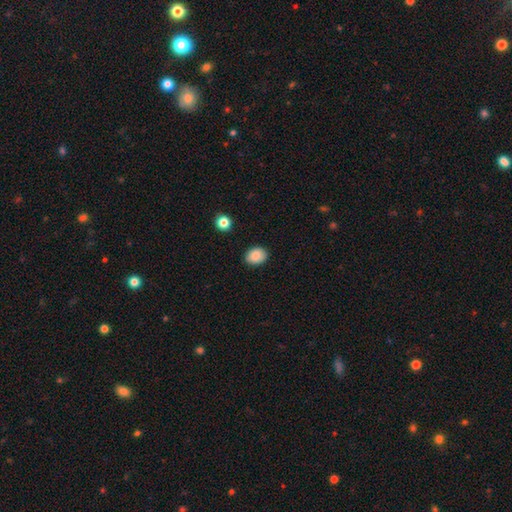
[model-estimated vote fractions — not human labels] Smooth or featured? Predicted: smooth (p=0.88). How rounded? Predicted: in between (p=0.67). Merging? Predicted: none (p=0.87).